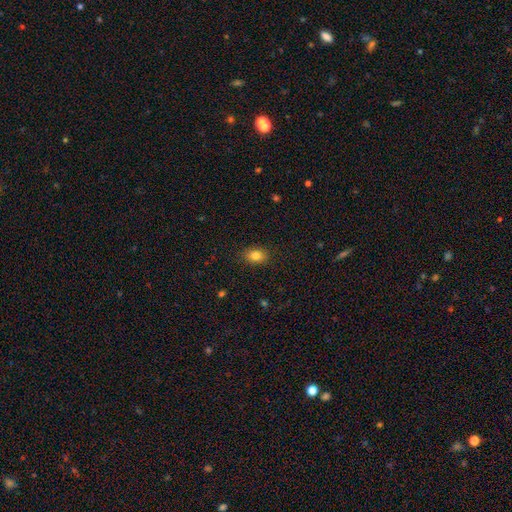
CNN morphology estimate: This appears to be a smooth galaxy with no disk features (83%) that is in between round and cigar-shaped (75%). Merging: none (88%).